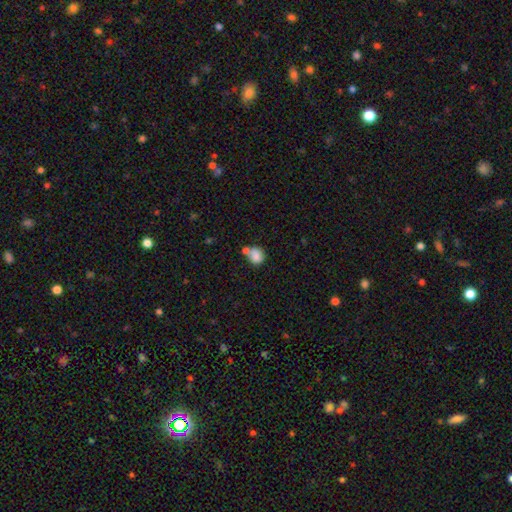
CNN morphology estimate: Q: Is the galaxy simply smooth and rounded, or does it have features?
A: smooth — 81%.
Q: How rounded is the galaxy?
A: round — 64%.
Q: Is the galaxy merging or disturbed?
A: none — 40%.